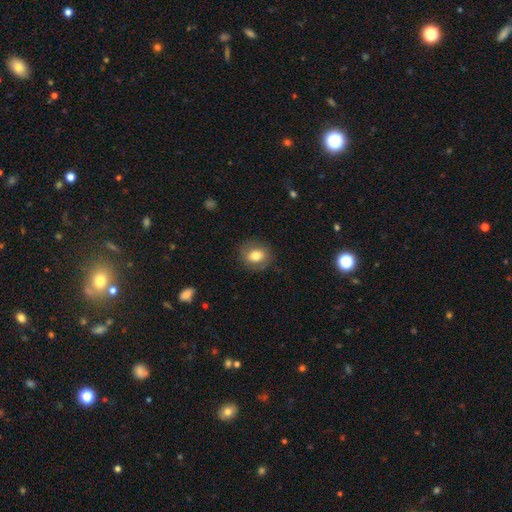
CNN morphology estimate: Q: Smooth or featured?
A: smooth (75%); runner-up: featured or disk (16%)
Q: How rounded?
A: round (56%); runner-up: in between (43%)
Q: Merging?
A: none (83%); runner-up: minor disturbance (12%)